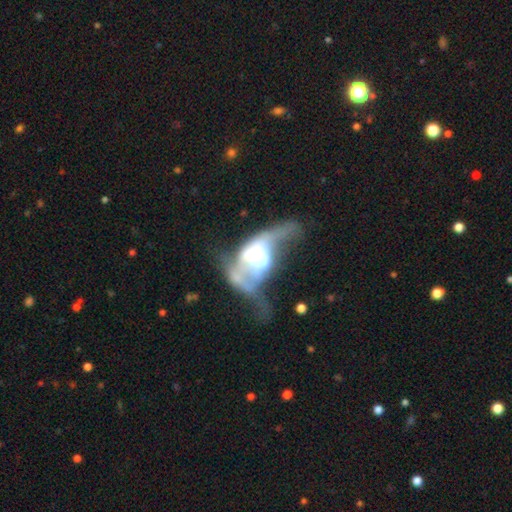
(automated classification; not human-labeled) A featured or disk galaxy (72%) with no bar (55%), spiral arms (56%) and a moderate central bulge (46%).

Vote fractions:
- Smooth or featured? featured or disk: 72% / smooth: 20% / star or artifact: 8%
- Edge-on disk? no: 90% / yes: 10%
- Bar? no: 55% / weak: 29% / strong: 15%
- Spiral arms? yes: 56% / no: 44%
- Bulge size? moderate: 46% / large: 32% / small: 12% / dominant: 5% / none: 4%
- Merging? major disturbance: 51% / merger: 24% / none: 14% / minor disturbance: 12%